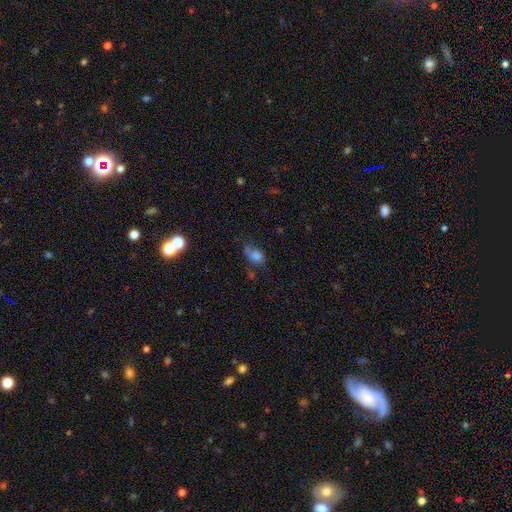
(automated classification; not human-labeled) Q: Smooth or featured?
A: smooth (69%); runner-up: featured or disk (16%)
Q: How rounded?
A: in between (68%); runner-up: round (30%)
Q: Merging?
A: none (37%); runner-up: minor disturbance (30%)